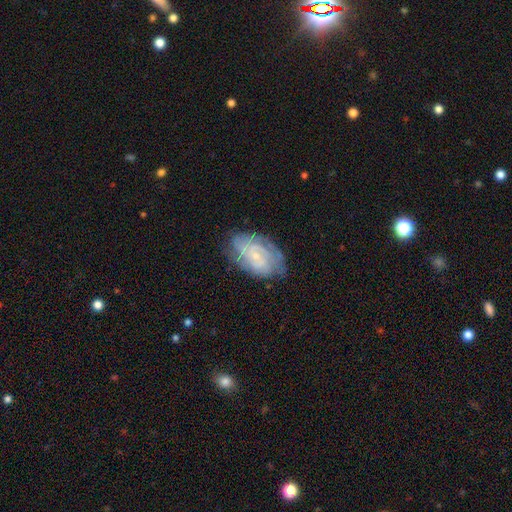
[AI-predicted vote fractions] Overall: featured or disk (77%). Edge-on disk: no (96%). Bar: no (63%; weak 31%). Spiral arms: yes (91%). Spiral arm count: can't tell (42%; 2 24%). Spiral winding: tight (67%). Bulge size: small (77%). Merging: none (72%).